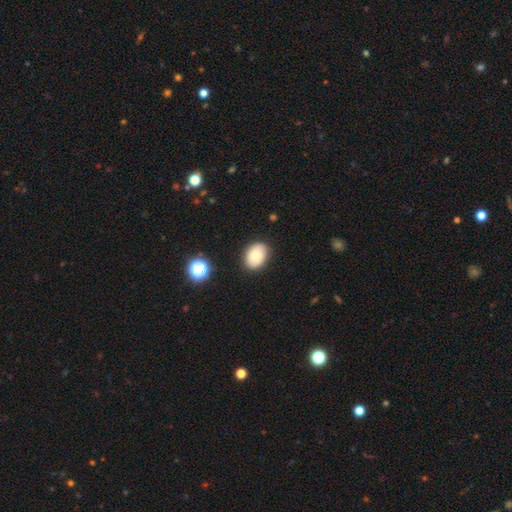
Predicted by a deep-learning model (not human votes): smooth 79%, featured or disk 13%, star or artifact 9%. Down the decision tree: how rounded — in between (74%); merging — none (86%).